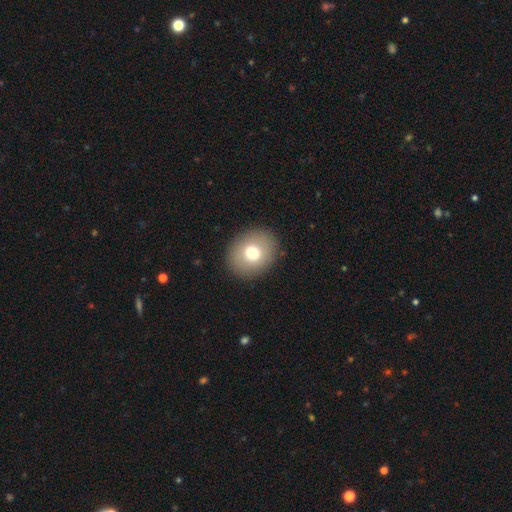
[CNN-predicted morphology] This is likely a smooth galaxy (66%). How rounded: likely round (70%). Merging: clearly none (91%).